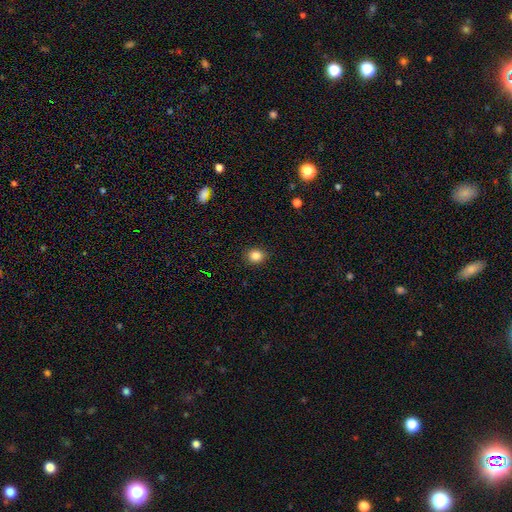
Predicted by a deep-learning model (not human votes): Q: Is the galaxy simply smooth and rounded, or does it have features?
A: smooth — 84%.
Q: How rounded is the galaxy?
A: round — 74%.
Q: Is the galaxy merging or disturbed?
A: none — 90%.